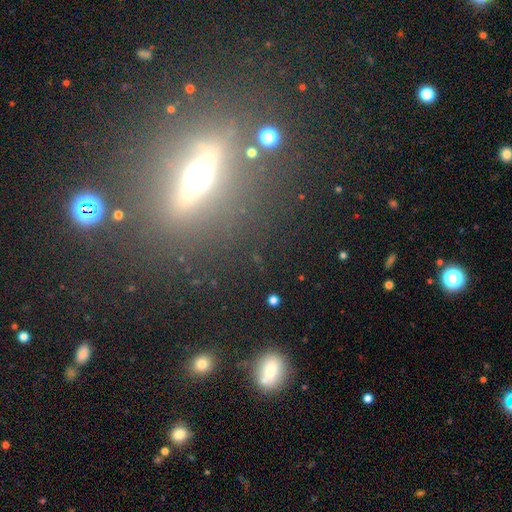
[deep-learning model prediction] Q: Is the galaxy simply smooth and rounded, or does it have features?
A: featured or disk — 55%.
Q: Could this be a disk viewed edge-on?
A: yes — 85%.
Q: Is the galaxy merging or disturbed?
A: none — 82%.